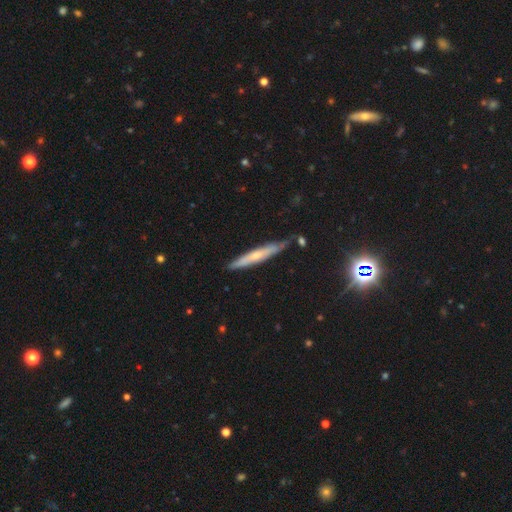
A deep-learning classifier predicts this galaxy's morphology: The model was most divided on "smooth or featured": featured or disk: 49%, smooth: 44%, star or artifact: 7%. More confident: merging — none (75%).